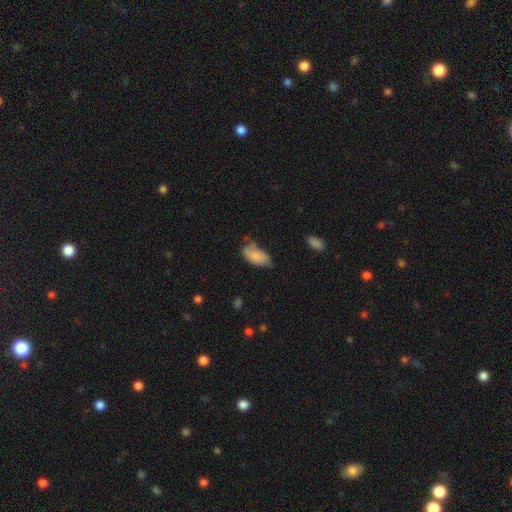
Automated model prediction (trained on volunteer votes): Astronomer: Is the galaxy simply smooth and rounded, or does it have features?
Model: smooth — 80%.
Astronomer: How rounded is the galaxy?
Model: in between — 93%.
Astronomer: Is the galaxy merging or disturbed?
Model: none — 44% (runner-up: minor disturbance, 37%).